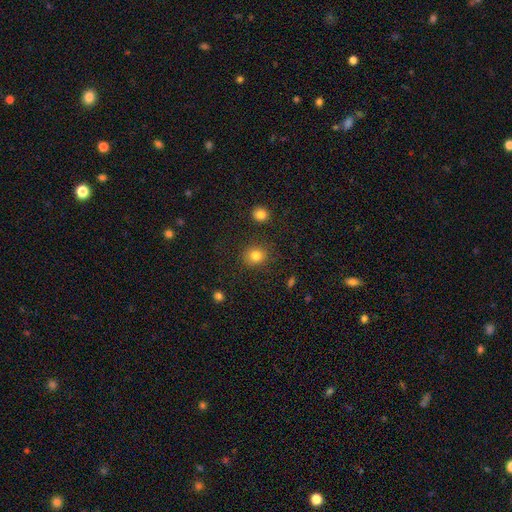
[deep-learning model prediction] A smooth galaxy with no disk features (82%) that is round (81%). Merging: none (86%).